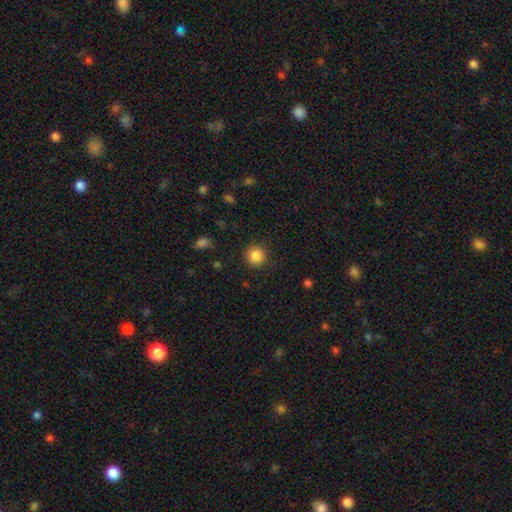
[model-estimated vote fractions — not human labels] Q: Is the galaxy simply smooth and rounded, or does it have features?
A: smooth — 86%.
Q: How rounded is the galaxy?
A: round — 92%.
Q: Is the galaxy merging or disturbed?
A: none — 88%.